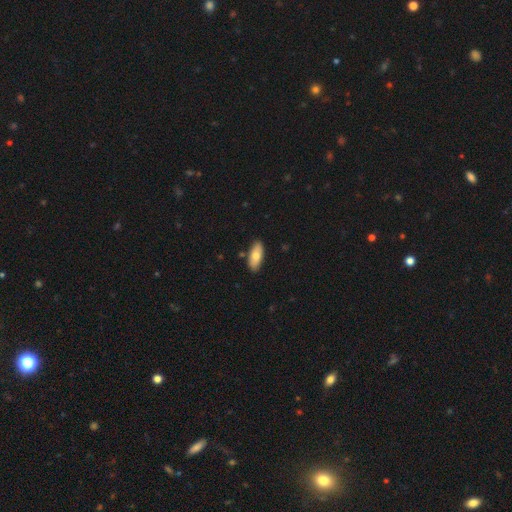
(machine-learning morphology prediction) Overall: smooth (73%). How rounded: in between (84%). Merging: none (87%).